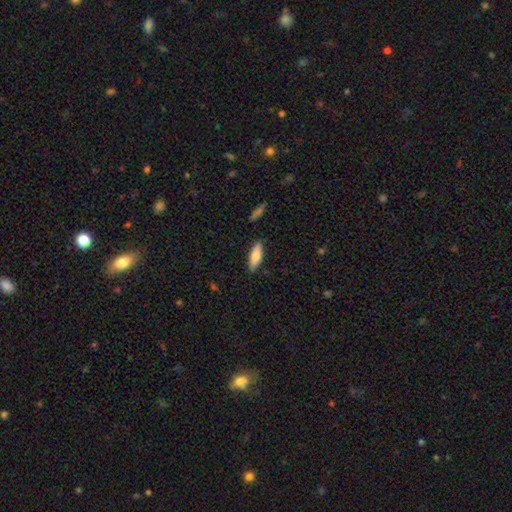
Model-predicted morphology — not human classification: smooth-or-featured: smooth: 76% | featured or disk: 18% | star or artifact: 6%
  how-rounded: in between: 55% | cigar-shaped: 43% | round: 2%
  merging: none: 86% | minor disturbance: 10% | major disturbance: 2% | merger: 2%